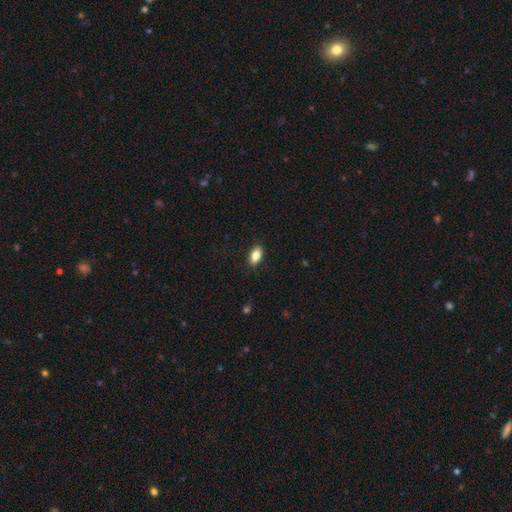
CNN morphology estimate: Smooth or featured: smooth — 84% (featured or disk — 8%)
How rounded: in between — 89% (round — 6%)
Merging: none — 86% (minor disturbance — 10%)